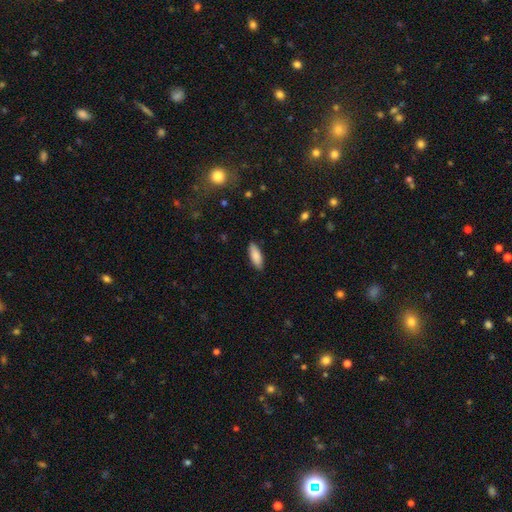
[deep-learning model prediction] Smooth or featured: smooth — 87% (featured or disk — 7%)
How rounded: in between — 66% (cigar-shaped — 32%)
Merging: none — 88% (minor disturbance — 9%)